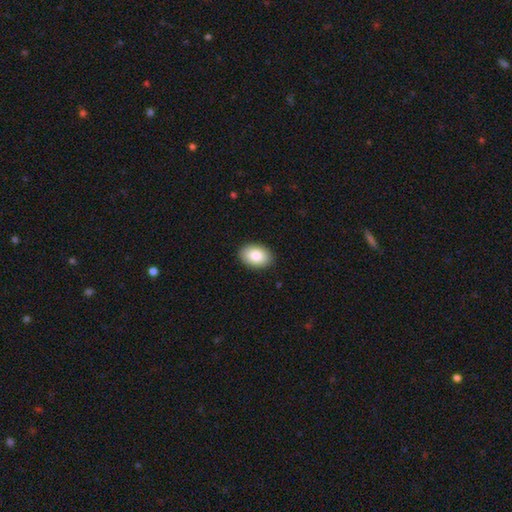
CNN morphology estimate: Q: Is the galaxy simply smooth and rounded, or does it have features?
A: smooth — 87%.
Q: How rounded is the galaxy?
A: in between — 87%.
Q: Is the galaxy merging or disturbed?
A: none — 89%.